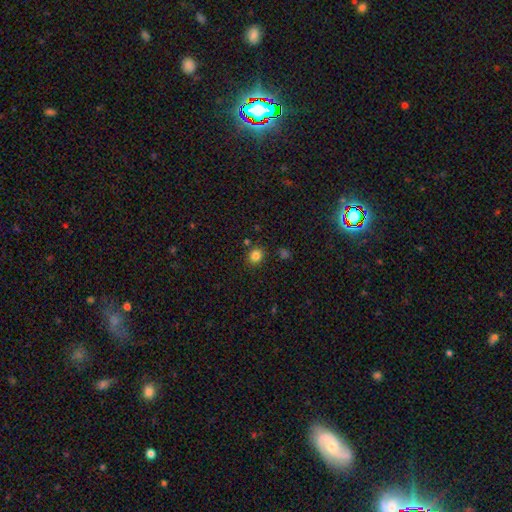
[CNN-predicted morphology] smooth_or_featured: smooth (p=0.83) [alt: star or artifact p=0.12]
how_rounded: round (p=0.75) [alt: in between p=0.24]
merging: none (p=0.84) [alt: minor disturbance p=0.09]